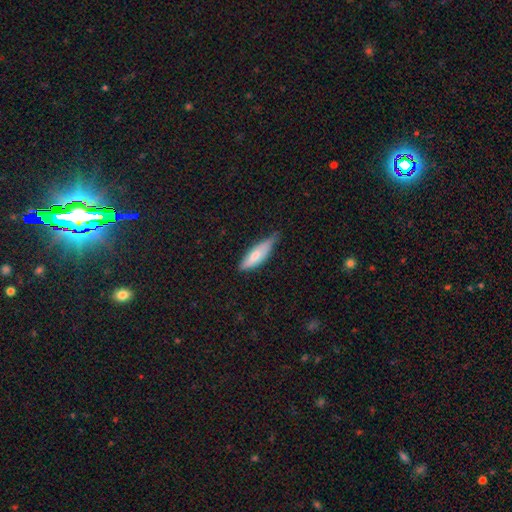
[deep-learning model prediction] smooth-or-featured: smooth: 69% | featured or disk: 25% | star or artifact: 6%
  how-rounded: in between: 51% | cigar-shaped: 47% | round: 2%
  merging: none: 46% | minor disturbance: 43% | major disturbance: 9% | merger: 2%